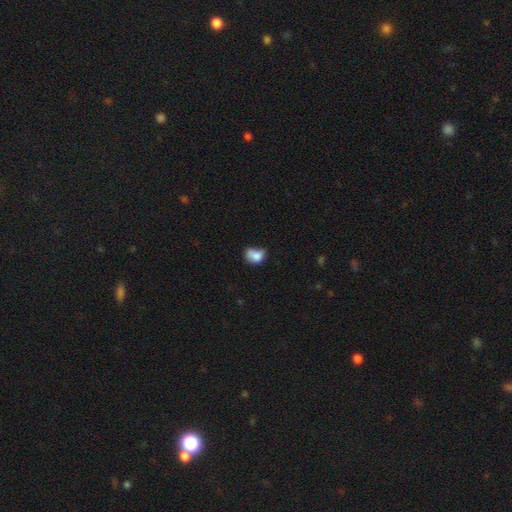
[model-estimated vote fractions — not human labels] Smooth or featured? smooth (77%)
How rounded? in between (57%)
Merging? minor disturbance (35%)